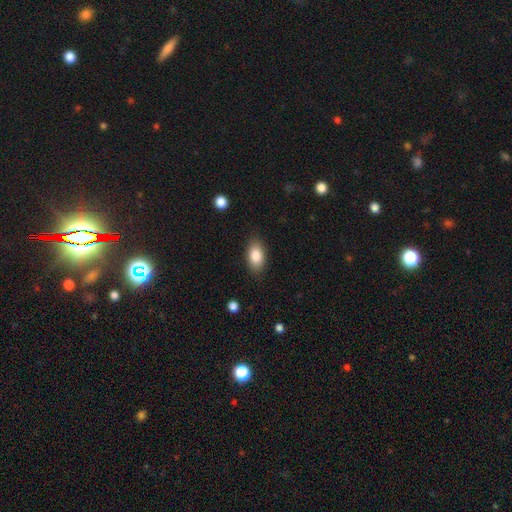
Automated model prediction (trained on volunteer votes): The model was most divided on "merging": none: 85%, minor disturbance: 11%, major disturbance: 3%, merger: 1%. More confident: how rounded — in between (91%); smooth or featured — smooth (85%).